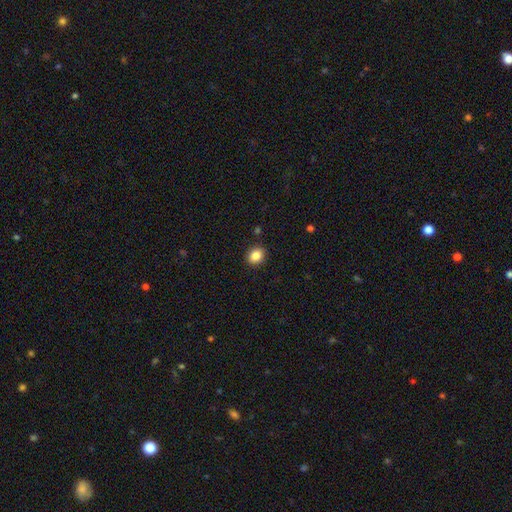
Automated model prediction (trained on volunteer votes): smooth-or-featured: smooth: 86% | star or artifact: 10% | featured or disk: 4%
  how-rounded: round: 61% | in between: 38% | cigar-shaped: 1%
  merging: none: 90% | minor disturbance: 7% | major disturbance: 2% | merger: 1%